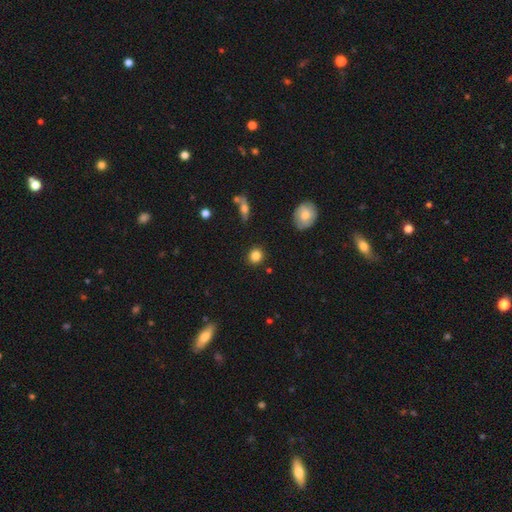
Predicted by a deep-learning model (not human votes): This is clearly a smooth galaxy (84%). How rounded: clearly round (87%). Merging: clearly none (89%).